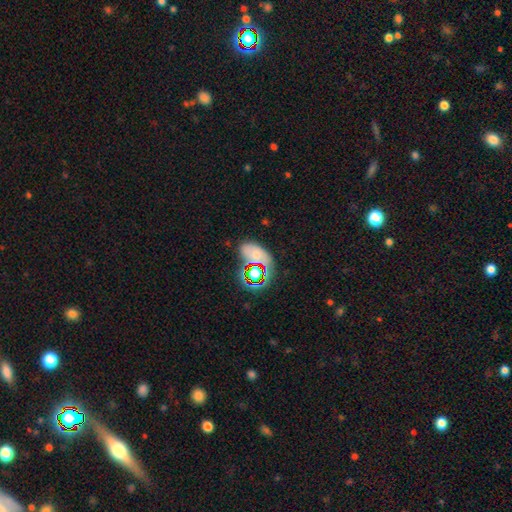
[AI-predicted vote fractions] smooth_or_featured: smooth (p=0.52) [alt: star or artifact p=0.26]
how_rounded: in between (p=0.83) [alt: round p=0.15]
merging: none (p=0.59) [alt: minor disturbance p=0.20]